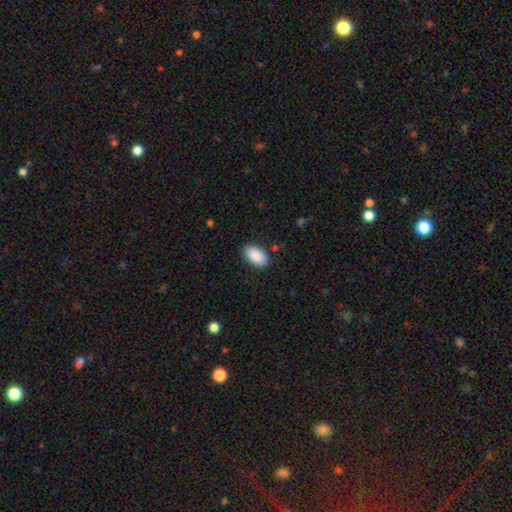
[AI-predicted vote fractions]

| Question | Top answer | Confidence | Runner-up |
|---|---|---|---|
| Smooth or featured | smooth | 90% | star or artifact (6%) |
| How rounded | in between | 95% | round (4%) |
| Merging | none | 86% | minor disturbance (10%) |